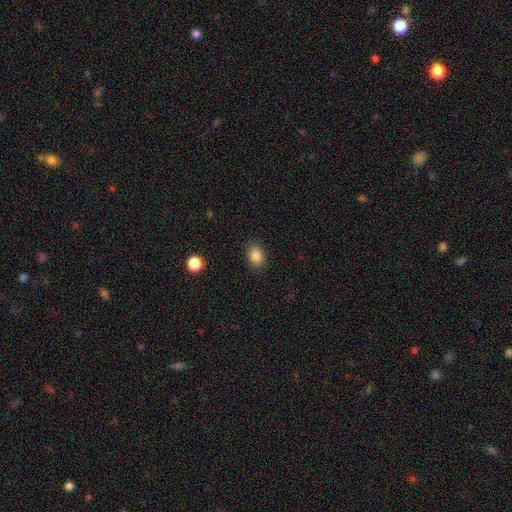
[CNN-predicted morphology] Smooth or featured?
  - smooth: 85% *
  - star or artifact: 10%
  - featured or disk: 6%
How rounded?
  - in between: 71% *
  - round: 28%
  - cigar-shaped: 1%
Merging?
  - none: 87% *
  - minor disturbance: 10%
  - major disturbance: 3%
  - merger: 1%